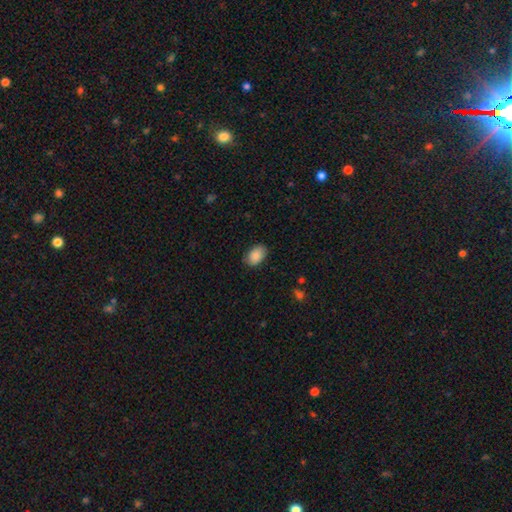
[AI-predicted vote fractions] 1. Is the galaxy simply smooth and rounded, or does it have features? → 88% smooth, 7% star or artifact, 5% featured or disk.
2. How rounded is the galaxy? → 89% in between, 10% round, 1% cigar-shaped.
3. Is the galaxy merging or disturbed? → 83% none, 13% minor disturbance, 3% major disturbance, 1% merger.